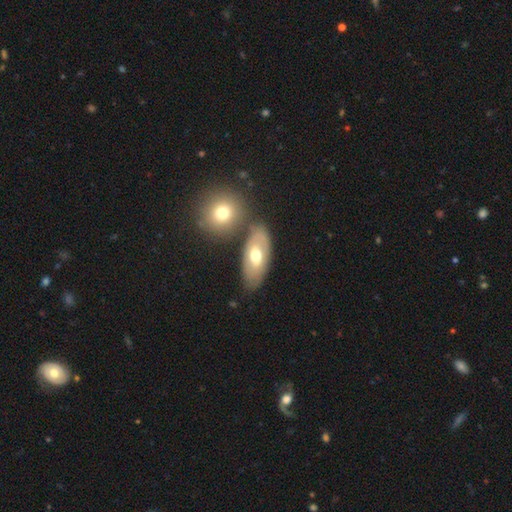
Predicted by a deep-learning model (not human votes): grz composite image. It shows a smooth galaxy with no disk features (52%) that is in between round and cigar-shaped (89%). Merging: none (64%).